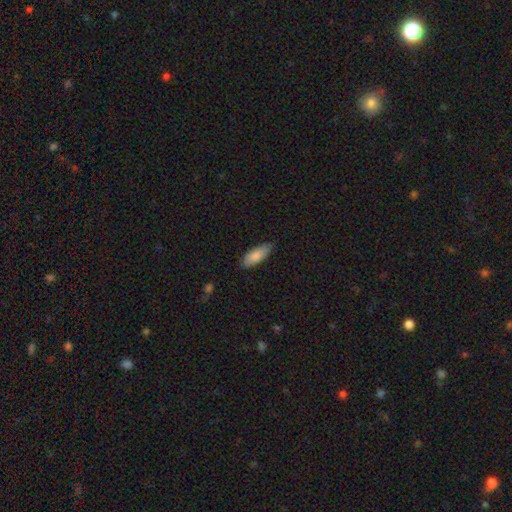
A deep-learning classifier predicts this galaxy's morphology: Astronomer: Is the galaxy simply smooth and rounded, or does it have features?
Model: smooth — 85%.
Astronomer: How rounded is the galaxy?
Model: in between — 76%.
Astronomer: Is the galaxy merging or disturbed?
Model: none — 79%.